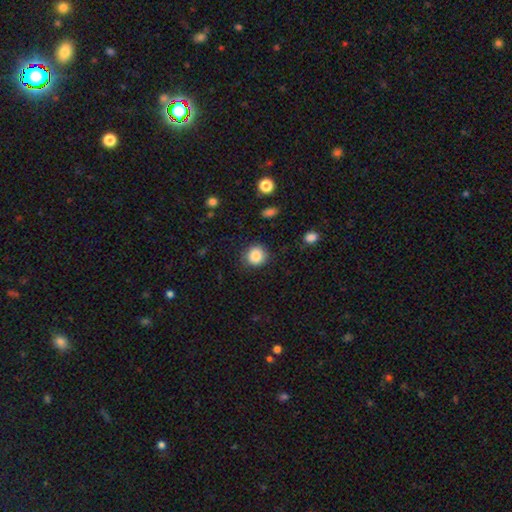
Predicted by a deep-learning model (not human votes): The model was most divided on "merging": none: 85%, minor disturbance: 11%, major disturbance: 3%, merger: 1%. More confident: how rounded — round (89%); smooth or featured — smooth (86%).